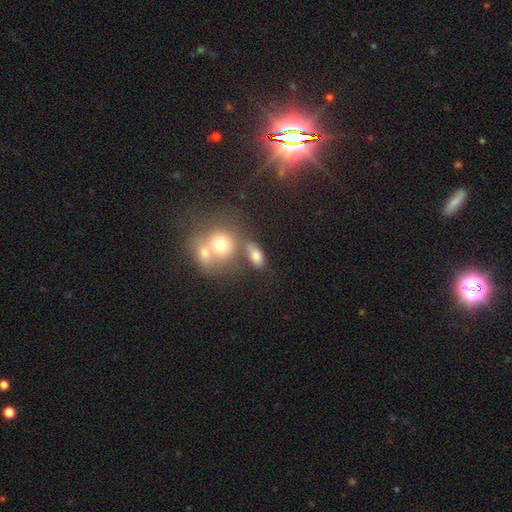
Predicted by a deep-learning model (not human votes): Q: Smooth or featured?
A: smooth (77%); runner-up: featured or disk (12%)
Q: How rounded?
A: in between (78%); runner-up: round (17%)
Q: Merging?
A: none (52%); runner-up: merger (26%)